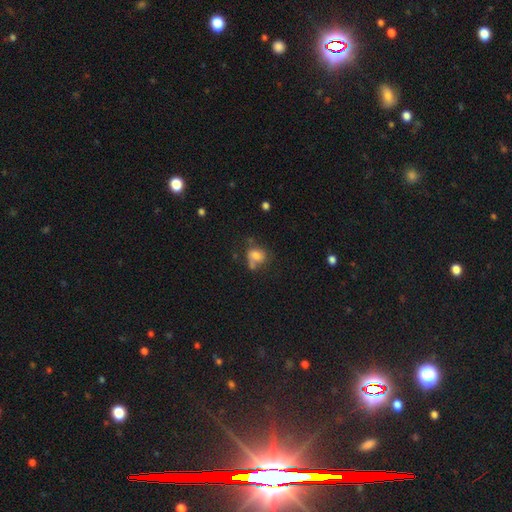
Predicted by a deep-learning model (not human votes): Smooth or featured? Predicted: smooth (p=0.72). How rounded? Predicted: in between (p=0.54). Merging? Predicted: none (p=0.38).